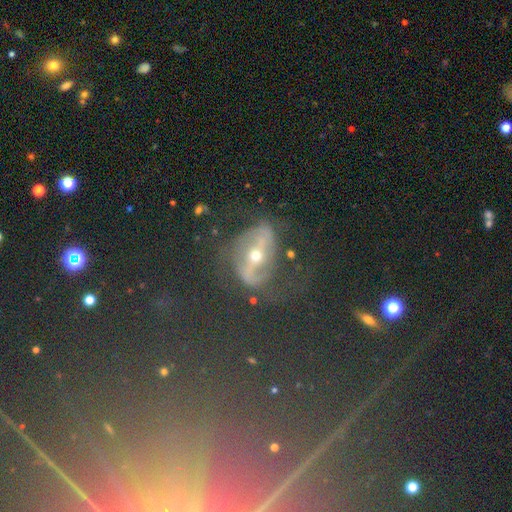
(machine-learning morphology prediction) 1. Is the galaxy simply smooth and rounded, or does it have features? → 78% featured or disk, 12% smooth, 10% star or artifact.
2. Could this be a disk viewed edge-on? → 94% no, 6% yes.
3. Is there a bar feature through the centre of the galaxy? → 55% strong, 28% weak, 18% no.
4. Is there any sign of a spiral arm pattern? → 76% yes, 24% no.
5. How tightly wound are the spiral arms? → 41% medium, 39% loose, 20% tight.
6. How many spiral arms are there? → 82% 2, 9% can't tell, 4% 1, 2% 3, 2% 4, 1% more than 4.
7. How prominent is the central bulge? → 51% small, 45% moderate, 2% large, 1% dominant, 1% none.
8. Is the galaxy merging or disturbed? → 58% none, 21% major disturbance, 18% minor disturbance, 3% merger.